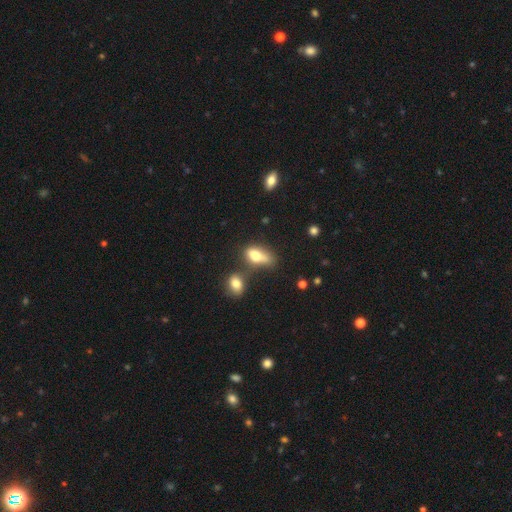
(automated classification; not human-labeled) Smooth or featured? smooth (73%)
How rounded? in between (82%)
Merging? merger (34%)